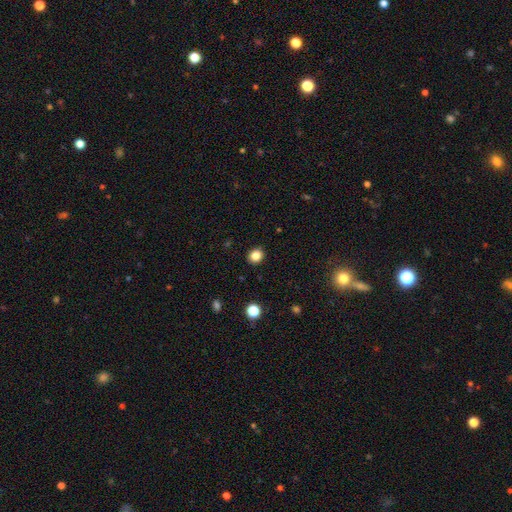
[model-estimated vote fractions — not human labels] Smooth or featured: smooth — 84% (star or artifact — 11%)
How rounded: round — 72% (in between — 27%)
Merging: none — 91% (minor disturbance — 6%)